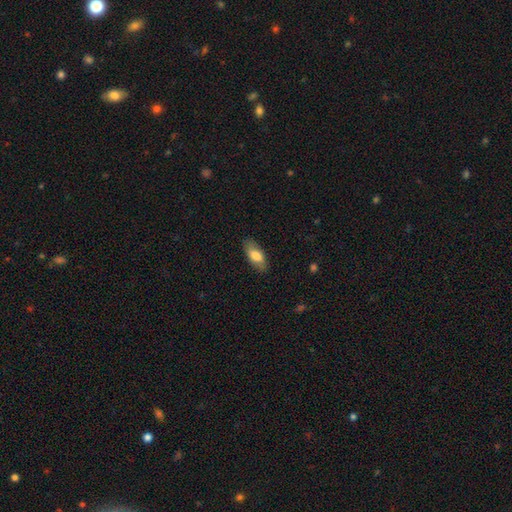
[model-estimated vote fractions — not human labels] The model was most divided on "smooth or featured": smooth: 76%, featured or disk: 18%, star or artifact: 6%. More confident: merging — none (84%); how rounded — in between (83%).